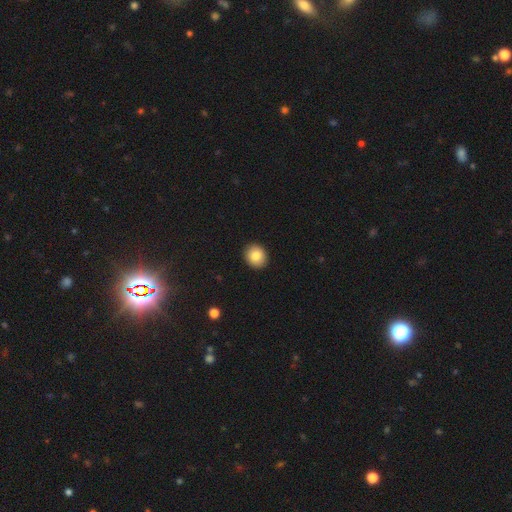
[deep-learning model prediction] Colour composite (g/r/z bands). It shows a smooth galaxy with no disk features (85%) that is round (75%). Merging: none (91%).